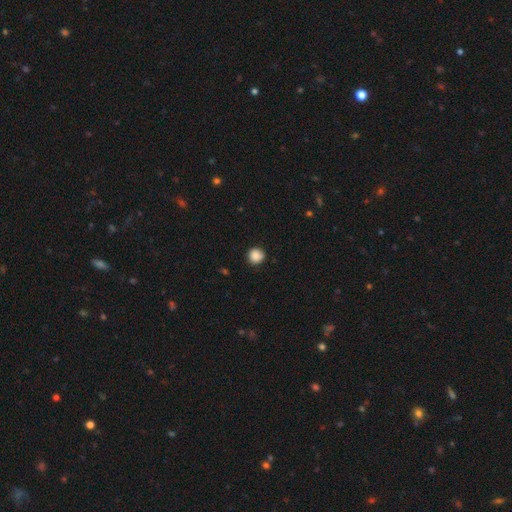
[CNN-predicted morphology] Smooth or featured? smooth (86%)
How rounded? round (93%)
Merging? none (87%)